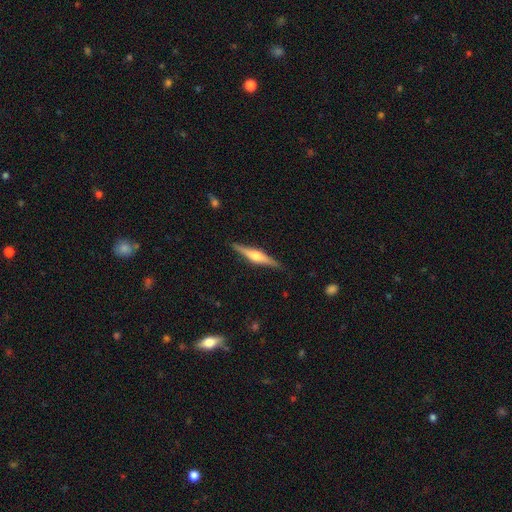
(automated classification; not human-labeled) Smooth or featured? Predicted: featured or disk (p=0.72). Edge-on disk? Predicted: yes (p=0.98). Edge-on bulge? Predicted: rounded (p=0.86). Merging? Predicted: none (p=0.89).